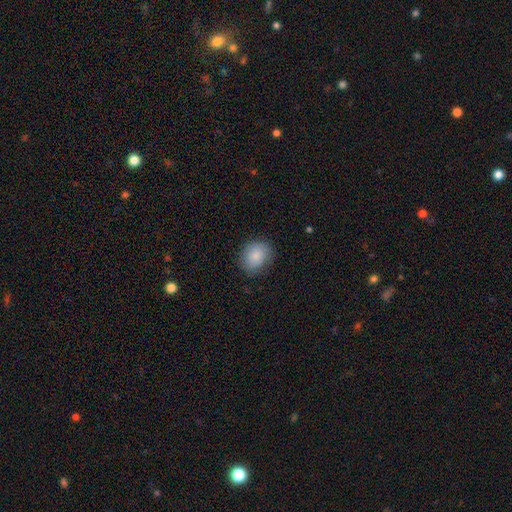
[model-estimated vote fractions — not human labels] Q: Smooth or featured?
A: smooth (85%); runner-up: star or artifact (8%)
Q: How rounded?
A: round (60%); runner-up: in between (39%)
Q: Merging?
A: none (83%); runner-up: minor disturbance (13%)